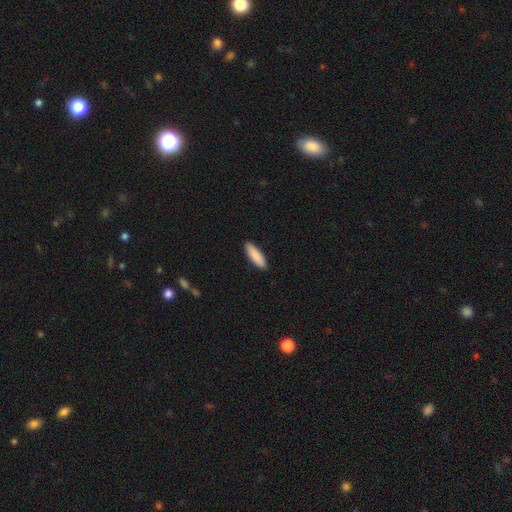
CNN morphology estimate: Overall: smooth (89%). How rounded: cigar-shaped (53%; in between 45%). Merging: none (90%).